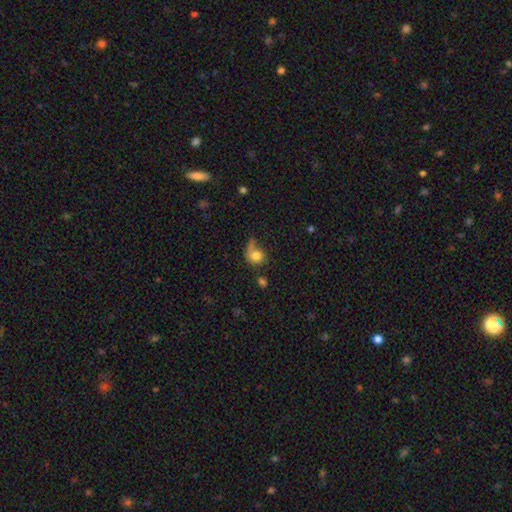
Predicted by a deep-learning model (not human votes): Q: Smooth or featured?
A: smooth (74%); runner-up: featured or disk (16%)
Q: How rounded?
A: round (73%); runner-up: in between (26%)
Q: Merging?
A: none (36%); runner-up: major disturbance (27%)